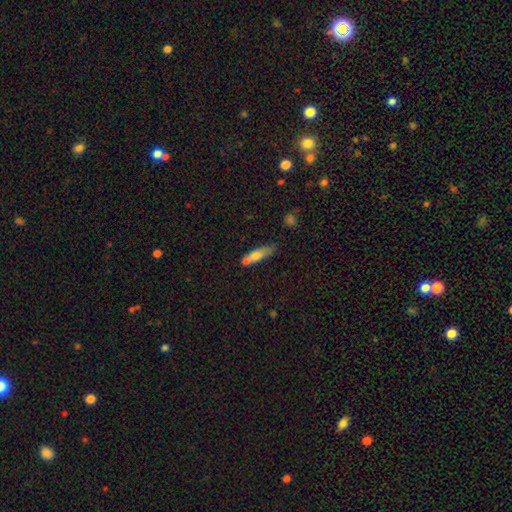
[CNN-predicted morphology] Q: Smooth or featured?
A: smooth (67%); runner-up: featured or disk (26%)
Q: How rounded?
A: cigar-shaped (66%); runner-up: in between (31%)
Q: Merging?
A: none (47%); runner-up: merger (24%)